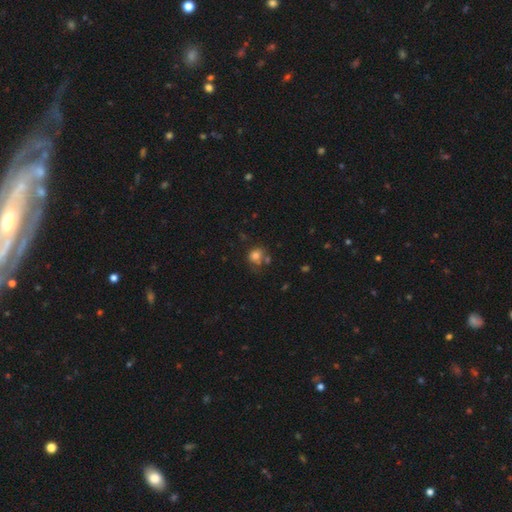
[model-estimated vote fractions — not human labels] A smooth galaxy with no disk features (78%) that is round (74%).

Vote fractions:
- Smooth or featured? smooth: 78% / star or artifact: 12% / featured or disk: 10%
- How rounded? round: 74% / in between: 25% / cigar-shaped: 1%
- Merging? none: 54% / minor disturbance: 21% / merger: 16% / major disturbance: 9%